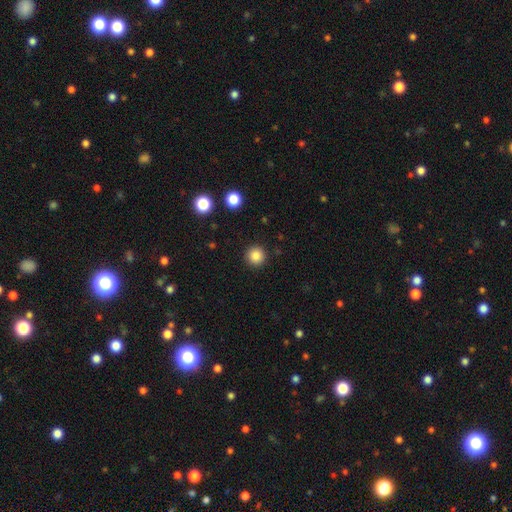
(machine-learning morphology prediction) smooth 85%, star or artifact 11%, featured or disk 4%. Down the decision tree: how rounded — round (95%); merging — none (92%).